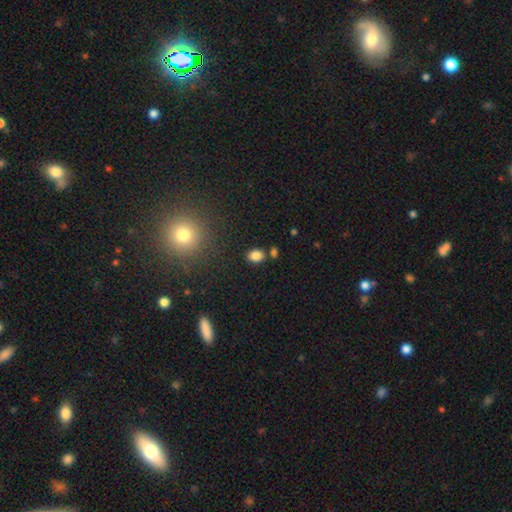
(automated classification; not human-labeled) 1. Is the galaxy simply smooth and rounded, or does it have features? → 84% smooth, 11% star or artifact, 5% featured or disk.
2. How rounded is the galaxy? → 69% in between, 30% round, 1% cigar-shaped.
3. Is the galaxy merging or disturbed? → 77% none, 11% minor disturbance, 9% merger, 3% major disturbance.